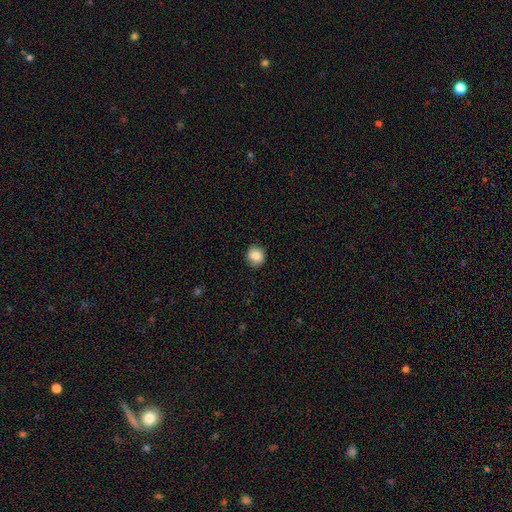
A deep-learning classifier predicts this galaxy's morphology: Smooth or featured? Predicted: smooth (p=0.87). How rounded? Predicted: round (p=0.87). Merging? Predicted: none (p=0.88).